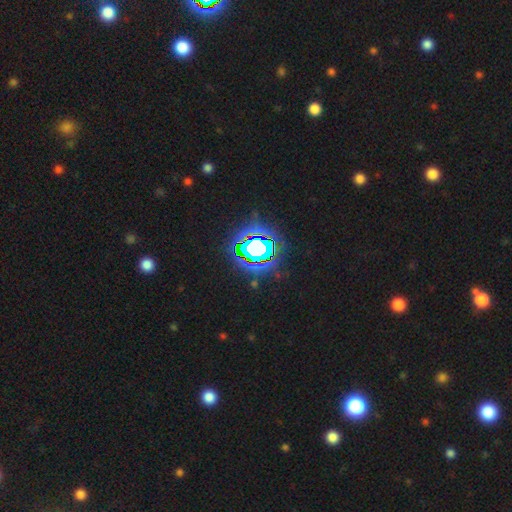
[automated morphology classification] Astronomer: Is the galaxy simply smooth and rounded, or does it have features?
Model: star or artifact — 67%.